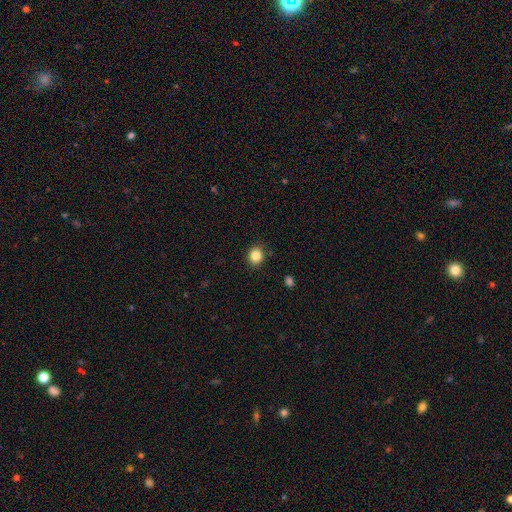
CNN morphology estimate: Overall: smooth (85%). How rounded: round (67%; in between 32%). Merging: none (88%).